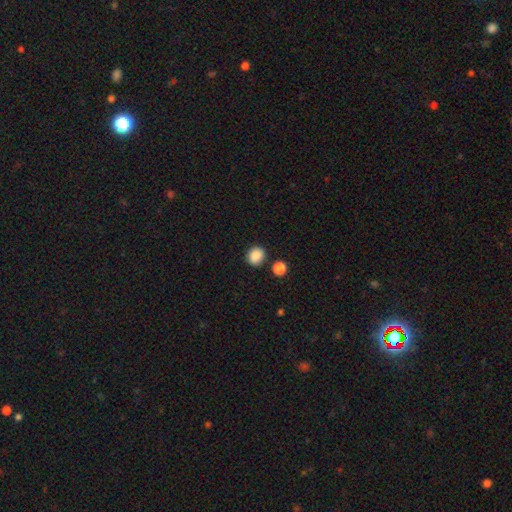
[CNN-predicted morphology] Q: Smooth or featured?
A: smooth (88%); runner-up: star or artifact (9%)
Q: How rounded?
A: round (78%); runner-up: in between (21%)
Q: Merging?
A: none (82%); runner-up: minor disturbance (10%)